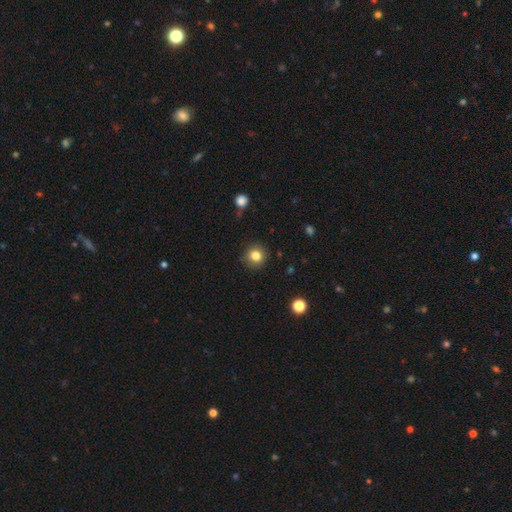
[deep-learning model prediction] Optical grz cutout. It shows a smooth galaxy with no disk features (82%) that is round (92%). Merging: none (88%).